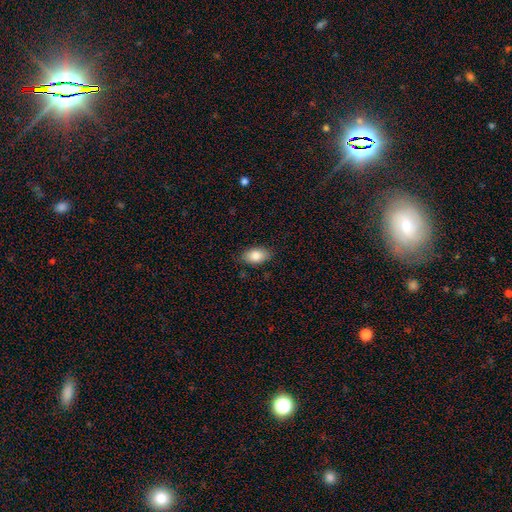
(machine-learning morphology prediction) Smooth or featured?
  - smooth: 86% *
  - featured or disk: 7%
  - star or artifact: 7%
How rounded?
  - in between: 92% *
  - round: 6%
  - cigar-shaped: 2%
Merging?
  - none: 85% *
  - minor disturbance: 12%
  - major disturbance: 3%
  - merger: 1%